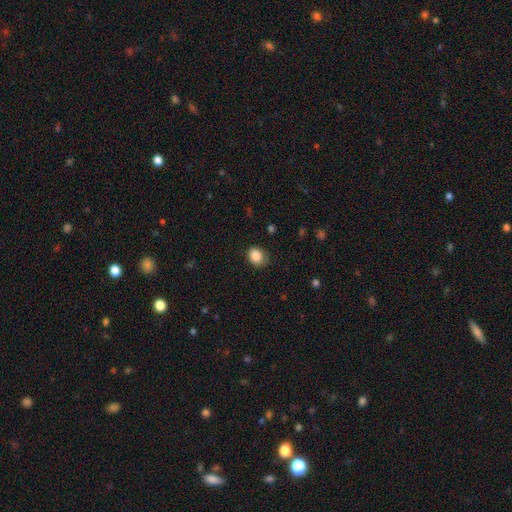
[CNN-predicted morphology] type=smooth (86%); roundness=round (54%); merging=none (71%).